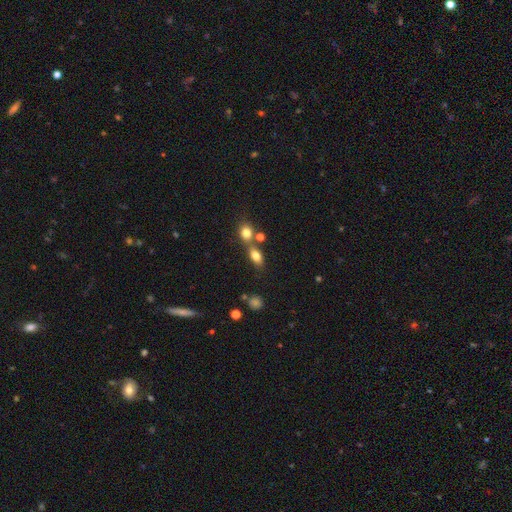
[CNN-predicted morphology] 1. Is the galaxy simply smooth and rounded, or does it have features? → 74% smooth, 15% featured or disk, 12% star or artifact.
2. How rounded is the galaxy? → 75% in between, 16% round, 9% cigar-shaped.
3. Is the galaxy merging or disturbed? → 49% none, 34% merger, 11% minor disturbance, 5% major disturbance.